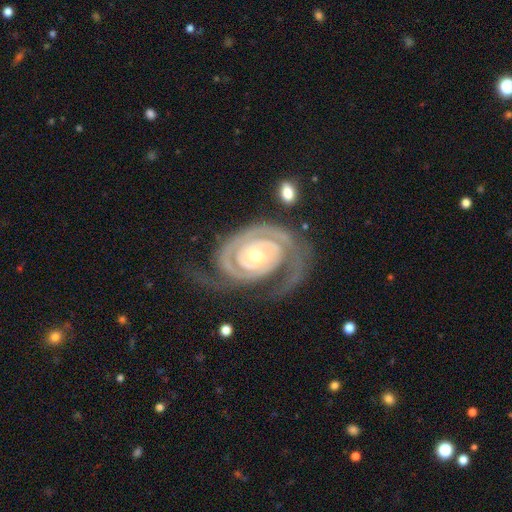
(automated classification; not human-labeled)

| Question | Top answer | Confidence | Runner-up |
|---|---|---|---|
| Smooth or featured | featured or disk | 93% | star or artifact (4%) |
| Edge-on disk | no | 97% | yes (3%) |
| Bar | no | 70% | weak (19%) |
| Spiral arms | yes | 98% | no (2%) |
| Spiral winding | tight | 80% | medium (17%) |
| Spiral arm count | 2 | 73% | 3 (9%) |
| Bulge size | small | 57% | moderate (38%) |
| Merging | none | 65% | minor disturbance (18%) |